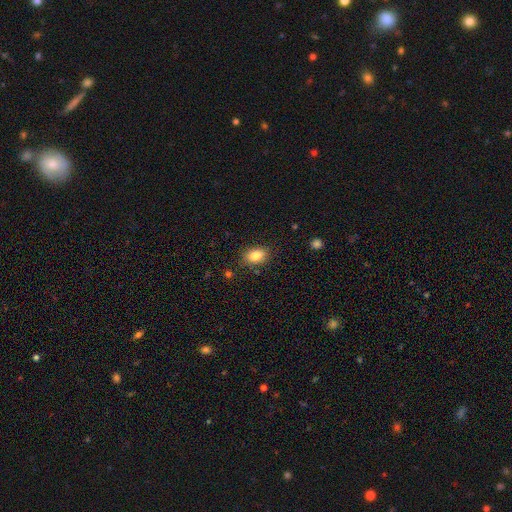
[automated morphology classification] This appears to be a smooth galaxy with no disk features (84%) that is in between round and cigar-shaped (83%). Merging: none (82%).